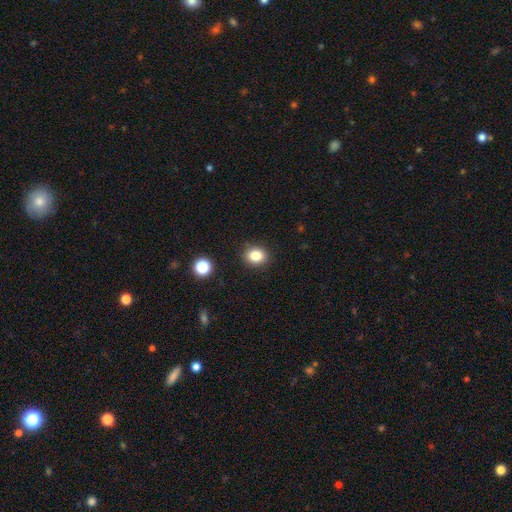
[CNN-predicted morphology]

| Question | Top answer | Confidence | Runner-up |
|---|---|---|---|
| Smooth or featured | smooth | 83% | star or artifact (11%) |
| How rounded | round | 61% | in between (38%) |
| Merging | none | 88% | minor disturbance (8%) |